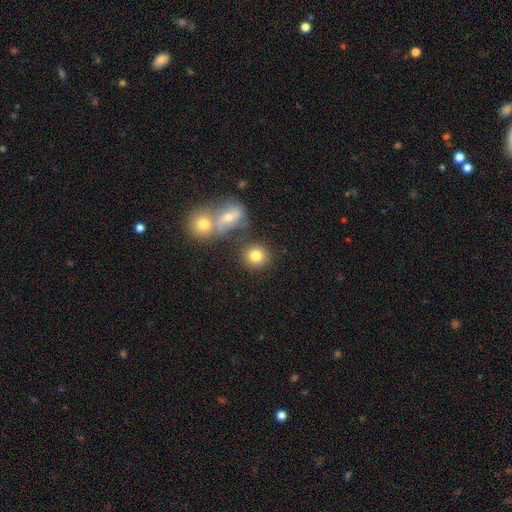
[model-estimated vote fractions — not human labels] The model was most divided on "merging": none: 73%, merger: 14%, minor disturbance: 9%, major disturbance: 4%. More confident: how rounded — round (86%); smooth or featured — smooth (80%).